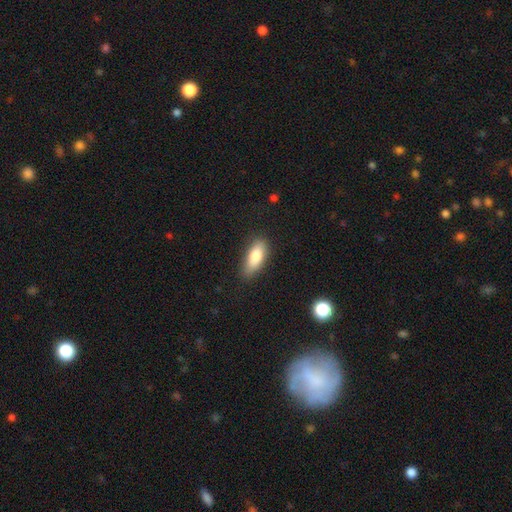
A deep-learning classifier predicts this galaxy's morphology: This is likely a smooth galaxy (80%). How rounded: likely in between (75%). Merging: likely none (80%).